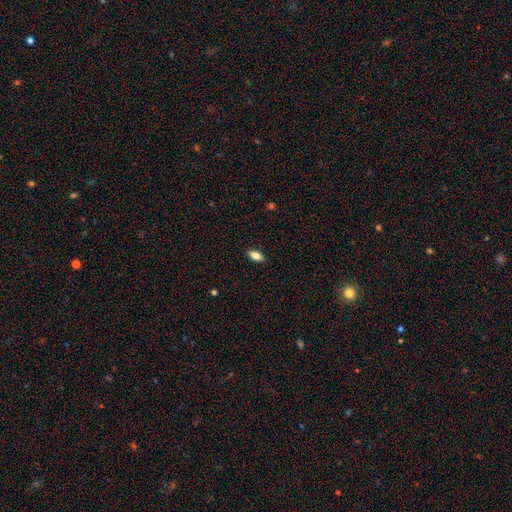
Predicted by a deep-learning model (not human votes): smooth 79%, featured or disk 13%, star or artifact 8%. Down the decision tree: how rounded — in between (84%); merging — none (89%).